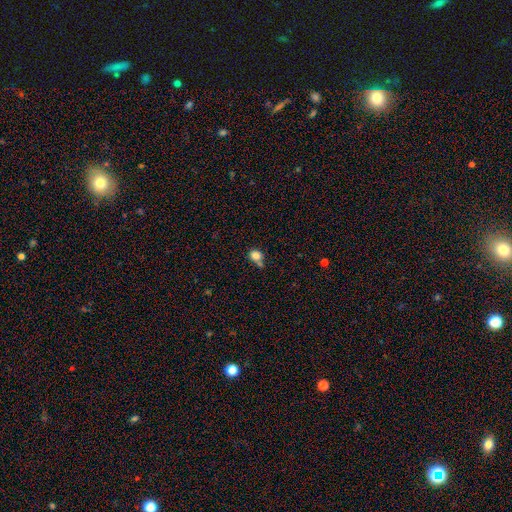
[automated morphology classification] A smooth galaxy with no disk features (81%) that is round (61%). Merging: none (45%).